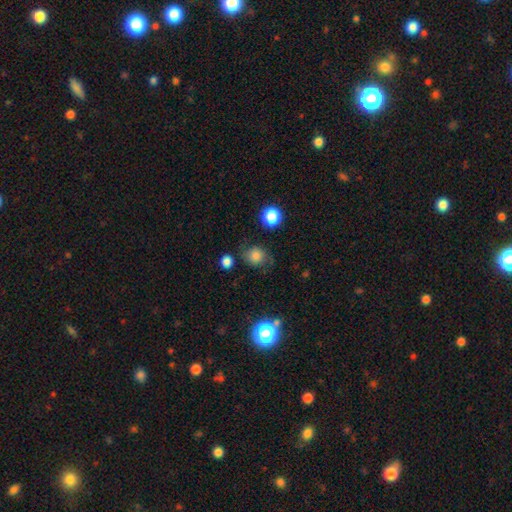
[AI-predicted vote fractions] A smooth galaxy with no disk features (78%) that is round (81%).

Vote fractions:
- Smooth or featured? smooth: 78% / star or artifact: 14% / featured or disk: 8%
- How rounded? round: 81% / in between: 18% / cigar-shaped: 1%
- Merging? none: 71% / minor disturbance: 19% / major disturbance: 7% / merger: 3%